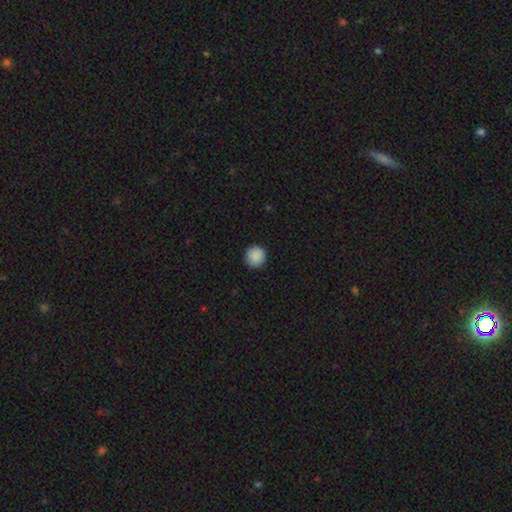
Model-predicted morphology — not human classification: Smooth or featured? smooth (89%)
How rounded? round (95%)
Merging? none (92%)